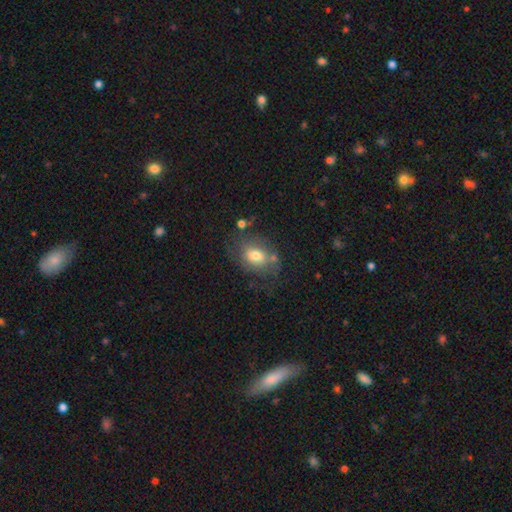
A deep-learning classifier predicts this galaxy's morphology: smooth 63%, featured or disk 27%, star or artifact 10%. Down the decision tree: how rounded — in between (65%); merging — none (55%).